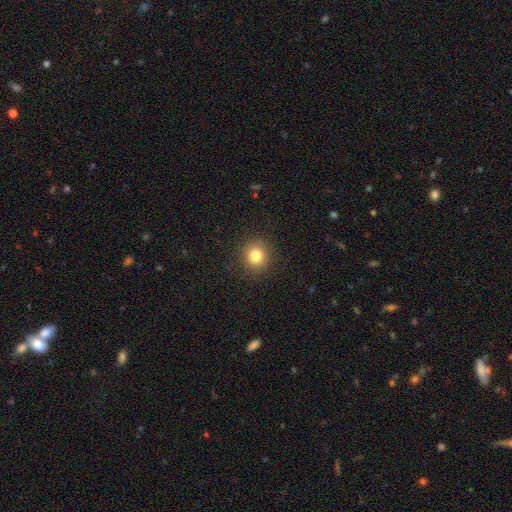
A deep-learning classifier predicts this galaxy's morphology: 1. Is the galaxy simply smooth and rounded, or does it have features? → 82% smooth, 12% star or artifact, 7% featured or disk.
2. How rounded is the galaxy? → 88% round, 12% in between, 1% cigar-shaped.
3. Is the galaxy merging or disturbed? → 90% none, 7% minor disturbance, 3% major disturbance, 1% merger.